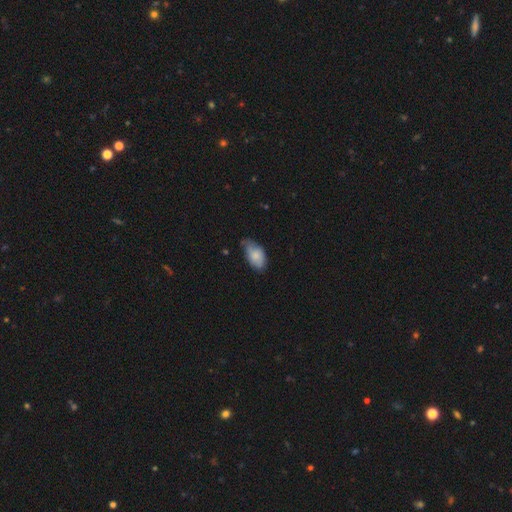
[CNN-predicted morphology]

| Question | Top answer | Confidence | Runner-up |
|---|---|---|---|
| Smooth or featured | smooth | 79% | featured or disk (15%) |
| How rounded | in between | 93% | round (4%) |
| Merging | none | 48% | minor disturbance (42%) |